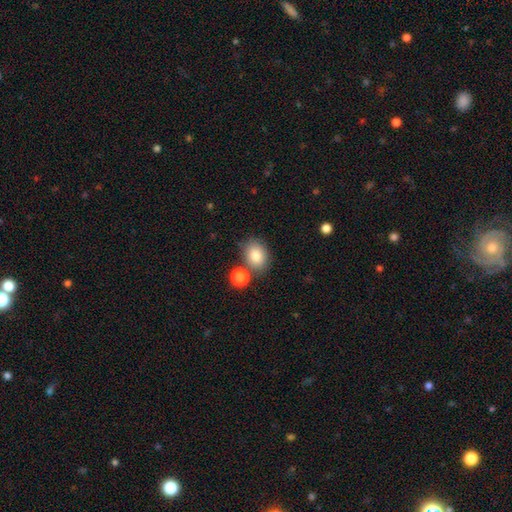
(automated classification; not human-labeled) Smooth or featured? smooth (84%)
How rounded? in between (65%)
Merging? none (70%)